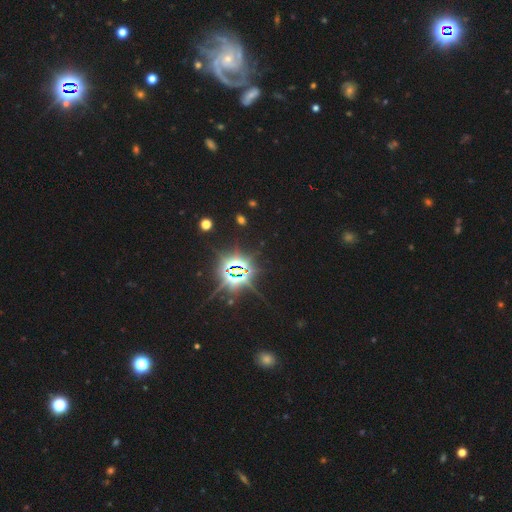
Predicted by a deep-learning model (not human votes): A star or artifact, not a galaxy (70%).